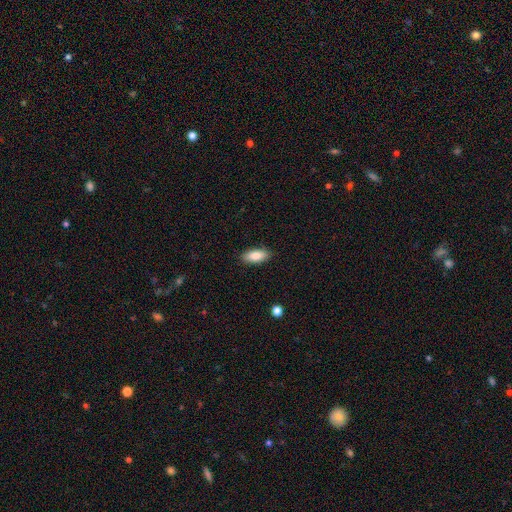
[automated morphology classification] Smooth or featured?
  - smooth: 86% *
  - featured or disk: 7%
  - star or artifact: 6%
How rounded?
  - in between: 85% *
  - cigar-shaped: 13%
  - round: 2%
Merging?
  - none: 88% *
  - minor disturbance: 9%
  - major disturbance: 2%
  - merger: 1%